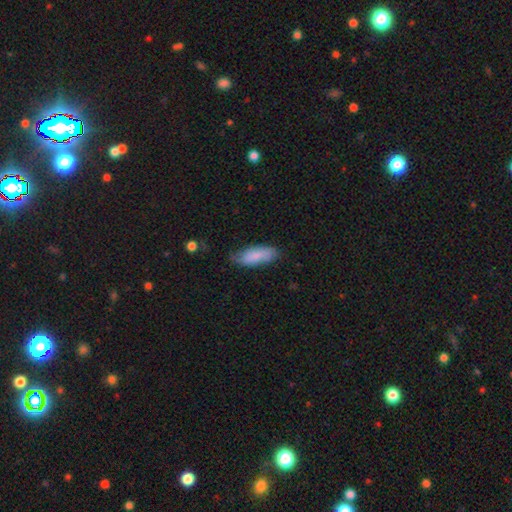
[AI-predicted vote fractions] smooth-or-featured: smooth: 82% | featured or disk: 12% | star or artifact: 6%
  how-rounded: in between: 69% | cigar-shaped: 30% | round: 2%
  merging: none: 68% | minor disturbance: 26% | major disturbance: 5% | merger: 2%